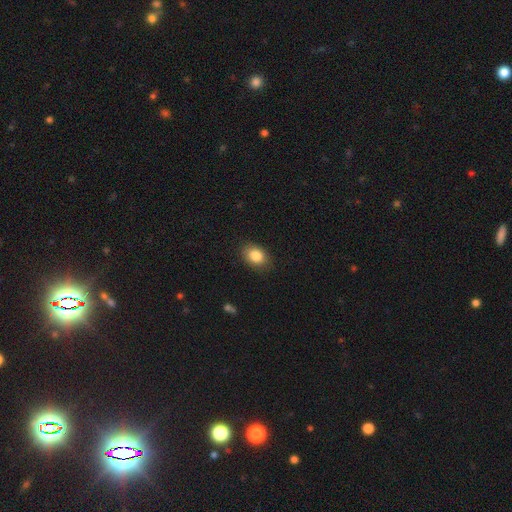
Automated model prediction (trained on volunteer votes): Overall: smooth (86%). How rounded: in between (74%). Merging: none (85%).